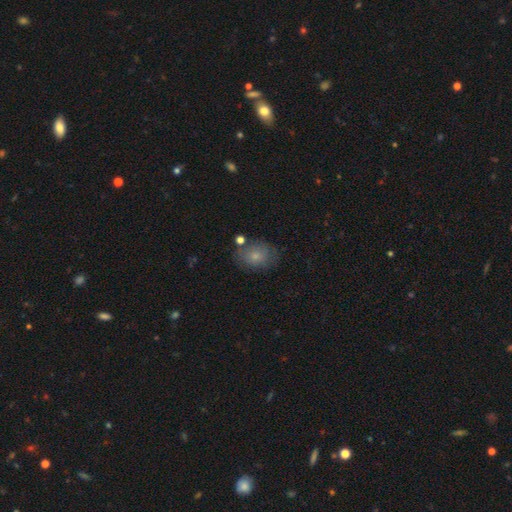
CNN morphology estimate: This is likely a smooth galaxy (75%). How rounded: likely in between (67%). Merging: likely none (68%).